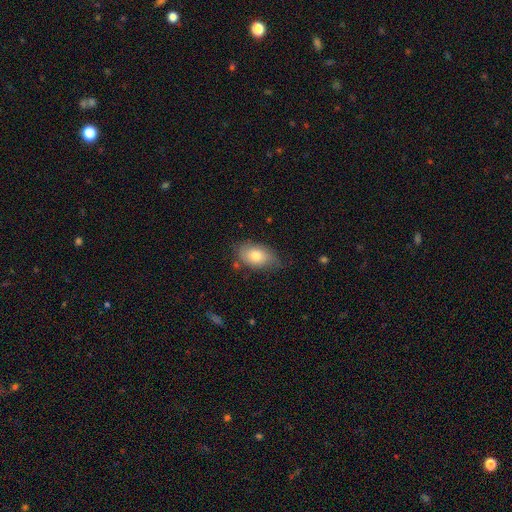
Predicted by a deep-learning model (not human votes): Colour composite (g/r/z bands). It shows a smooth galaxy with no disk features (77%) that is in between round and cigar-shaped (89%). Merging: none (63%).